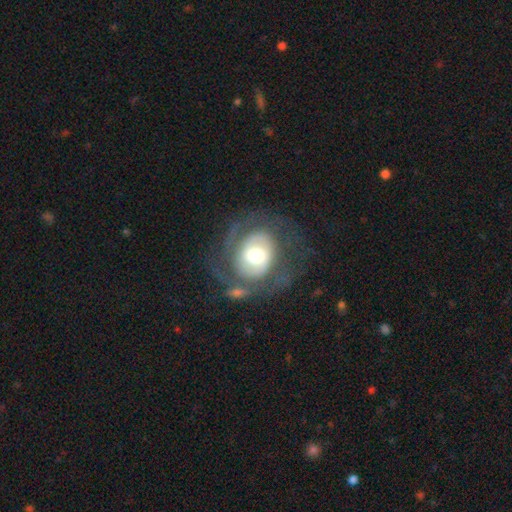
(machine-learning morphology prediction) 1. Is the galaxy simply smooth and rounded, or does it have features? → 63% featured or disk, 30% smooth, 7% star or artifact.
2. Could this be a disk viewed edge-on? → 96% no, 4% yes.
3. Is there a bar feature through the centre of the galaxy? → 59% no, 30% weak, 11% strong.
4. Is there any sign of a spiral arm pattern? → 66% yes, 34% no.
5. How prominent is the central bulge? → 59% moderate, 23% large, 14% small, 3% dominant, 1% none.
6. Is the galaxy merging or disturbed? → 52% none, 22% major disturbance, 19% minor disturbance, 7% merger.